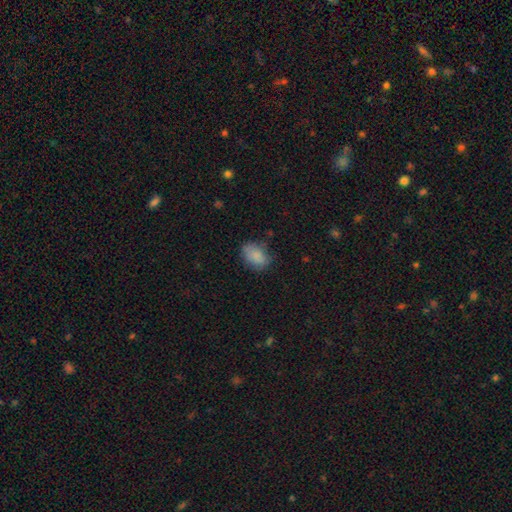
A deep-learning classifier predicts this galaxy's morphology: This is clearly a smooth galaxy (83%). How rounded: likely in between (77%). Merging: likely none (67%).